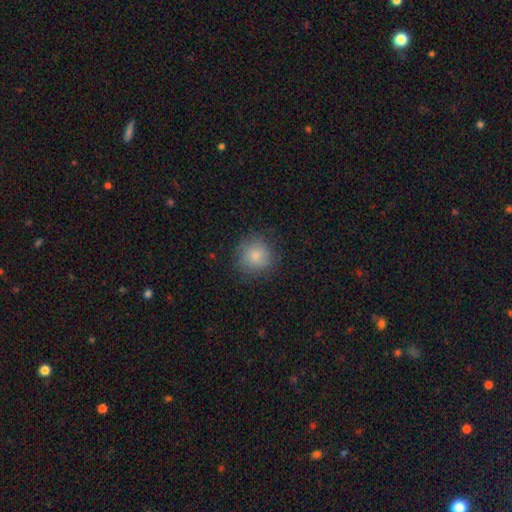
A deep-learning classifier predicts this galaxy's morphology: Smooth or featured: smooth — 84% (star or artifact — 9%)
How rounded: round — 91% (in between — 8%)
Merging: none — 83% (minor disturbance — 12%)